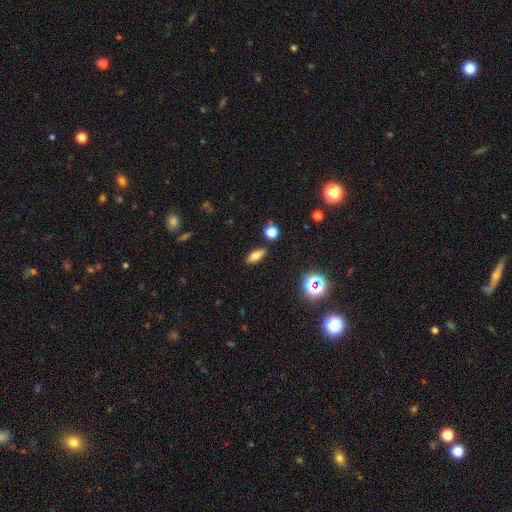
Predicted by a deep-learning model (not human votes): Smooth or featured?
  - smooth: 73% *
  - featured or disk: 14%
  - star or artifact: 14%
How rounded?
  - in between: 74% *
  - cigar-shaped: 20%
  - round: 6%
Merging?
  - none: 85% *
  - minor disturbance: 9%
  - merger: 3%
  - major disturbance: 2%